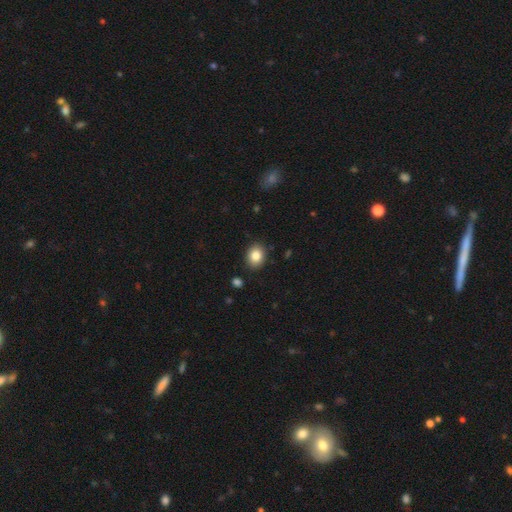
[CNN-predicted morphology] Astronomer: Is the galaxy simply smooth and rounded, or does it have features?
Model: smooth — 84%.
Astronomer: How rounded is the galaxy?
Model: in between — 56% (runner-up: round, 43%).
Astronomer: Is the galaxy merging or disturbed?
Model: none — 88%.